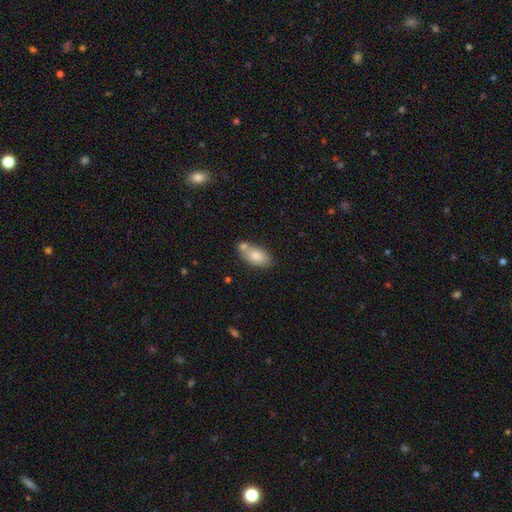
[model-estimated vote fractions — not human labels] smooth_or_featured: smooth (p=0.78) [alt: featured or disk p=0.15]
how_rounded: in between (p=0.90) [alt: round p=0.06]
merging: none (p=0.50) [alt: merger p=0.33]